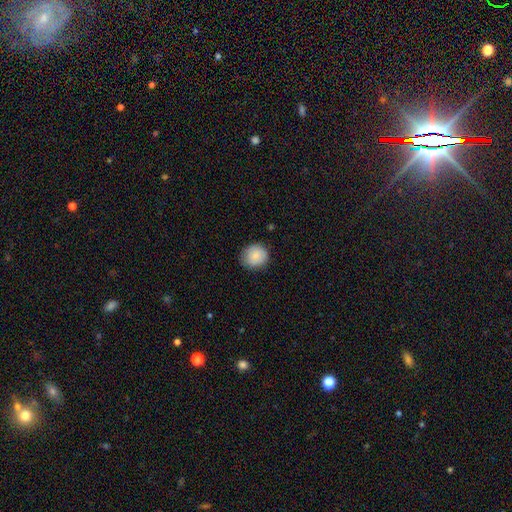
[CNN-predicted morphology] Smooth or featured: smooth — 84% (featured or disk — 9%)
How rounded: round — 84% (in between — 15%)
Merging: none — 81% (minor disturbance — 15%)